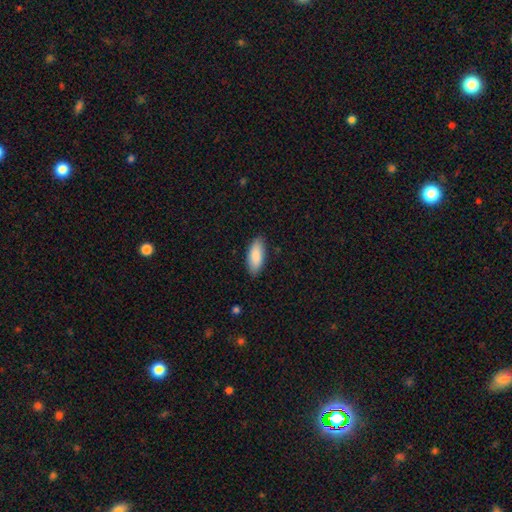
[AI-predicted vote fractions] smooth_or_featured: smooth (p=0.87) [alt: featured or disk p=0.07]
how_rounded: in between (p=0.81) [alt: cigar-shaped p=0.18]
merging: none (p=0.86) [alt: minor disturbance p=0.11]